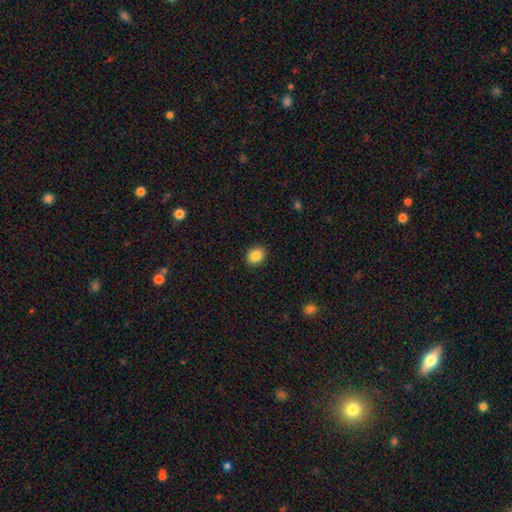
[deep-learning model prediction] A smooth galaxy with no disk features (85%) that is round (52%).

Vote fractions:
- Smooth or featured? smooth: 85% / star or artifact: 9% / featured or disk: 6%
- How rounded? round: 52% / in between: 47% / cigar-shaped: 1%
- Merging? none: 91% / minor disturbance: 6% / major disturbance: 2% / merger: 1%